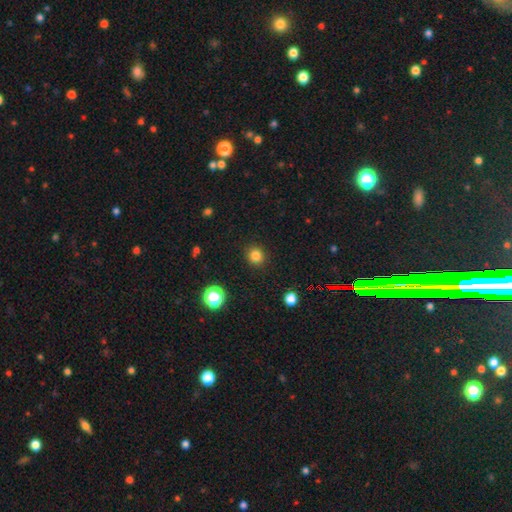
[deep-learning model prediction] smooth-or-featured: smooth: 82% | star or artifact: 13% | featured or disk: 5%
  how-rounded: round: 89% | in between: 10% | cigar-shaped: 1%
  merging: none: 91% | minor disturbance: 5% | major disturbance: 2% | merger: 1%